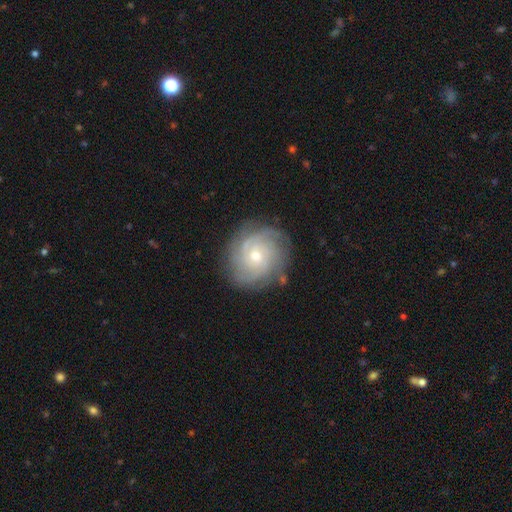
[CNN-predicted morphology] featured or disk 78%, smooth 14%, star or artifact 7%. Down the decision tree: edge-on disk — no (97%); bar — no (75%); spiral arms — yes (95%); spiral arm count — can't tell (31%); spiral winding — tight (72%); bulge size — small (55%); merging — none (82%).